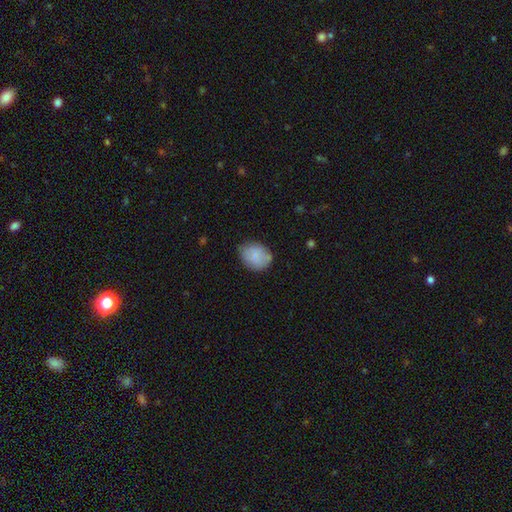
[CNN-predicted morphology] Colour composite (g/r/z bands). It shows a smooth galaxy with no disk features (77%) that is in between round and cigar-shaped (58%). Merging: none (70%).